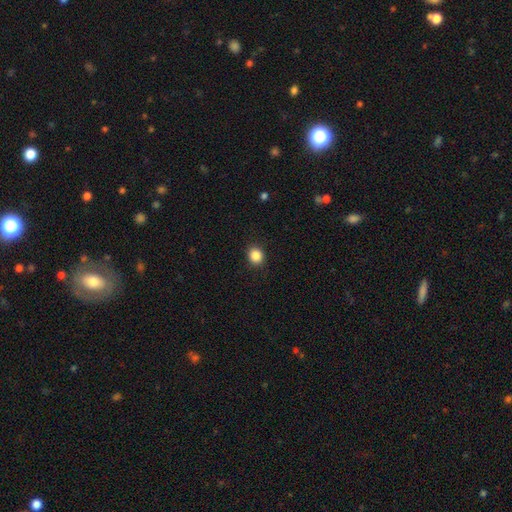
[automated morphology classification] Smooth or featured: smooth — 86% (star or artifact — 10%)
How rounded: round — 76% (in between — 23%)
Merging: none — 90% (minor disturbance — 7%)